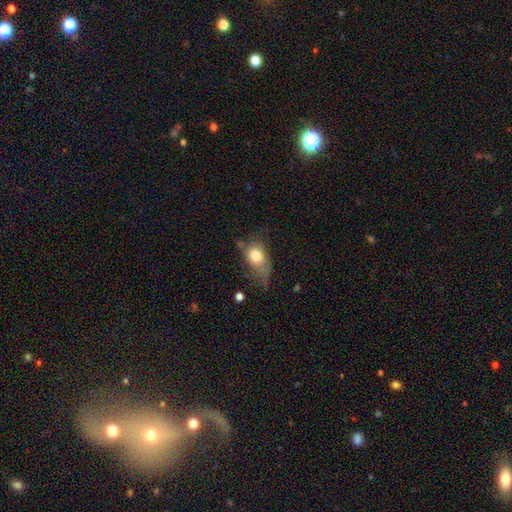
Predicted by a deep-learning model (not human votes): Smooth or featured? smooth (76%)
How rounded? in between (73%)
Merging? minor disturbance (35%)